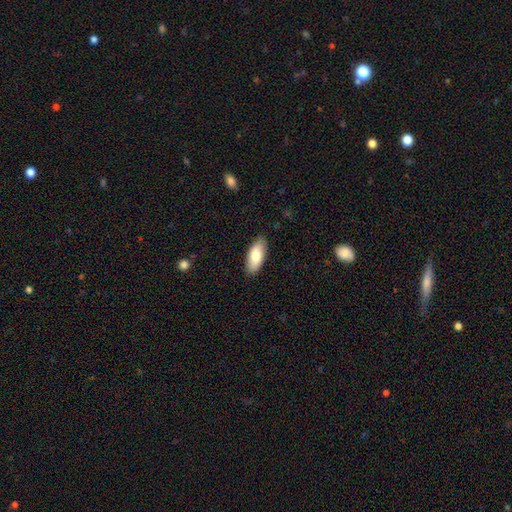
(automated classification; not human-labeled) Morphology: type=smooth (79%); roundness=in between (84%); merging=none (88%).